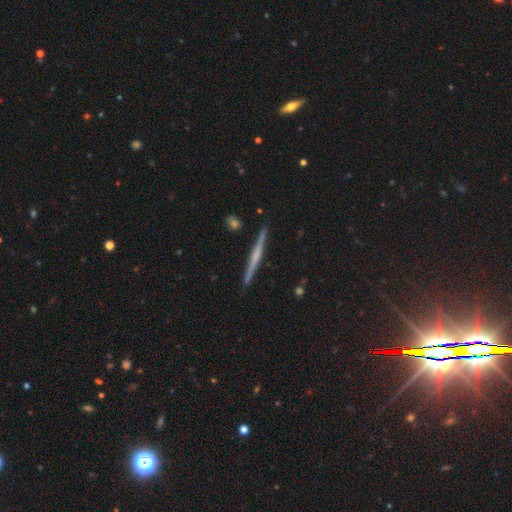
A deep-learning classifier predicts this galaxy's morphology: Smooth or featured?
  - featured or disk: 70% *
  - smooth: 24%
  - star or artifact: 6%
Edge-on disk?
  - yes: 98% *
  - no: 2%
Edge-on bulge?
  - none: 47% *
  - rounded: 42%
  - boxy: 11%
Merging?
  - none: 92% *
  - minor disturbance: 6%
  - merger: 1%
  - major disturbance: 1%